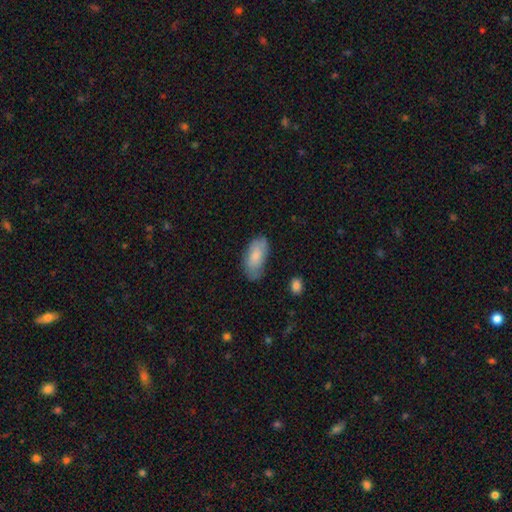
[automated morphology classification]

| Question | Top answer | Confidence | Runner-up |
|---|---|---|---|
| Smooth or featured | smooth | 80% | featured or disk (14%) |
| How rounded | in between | 91% | cigar-shaped (6%) |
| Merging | none | 64% | minor disturbance (27%) |